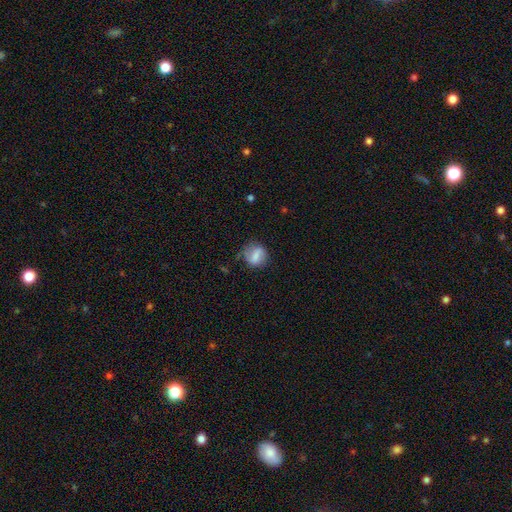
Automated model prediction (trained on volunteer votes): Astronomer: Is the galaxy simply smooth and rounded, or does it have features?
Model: smooth — 60%.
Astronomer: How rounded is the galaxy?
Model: round — 67%.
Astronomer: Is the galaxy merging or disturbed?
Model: none — 65%.